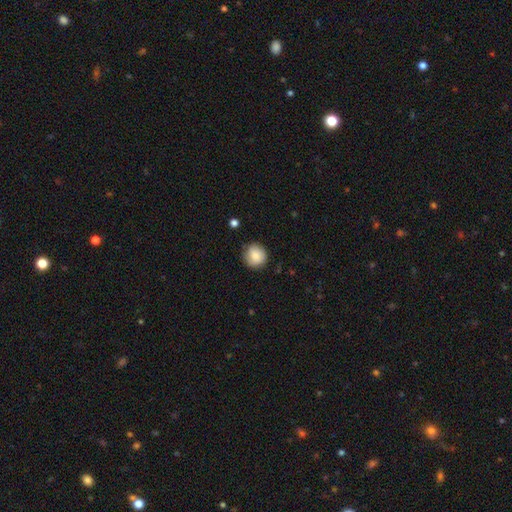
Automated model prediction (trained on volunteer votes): A smooth galaxy with no disk features (85%) that is round (91%). Merging: none (83%).